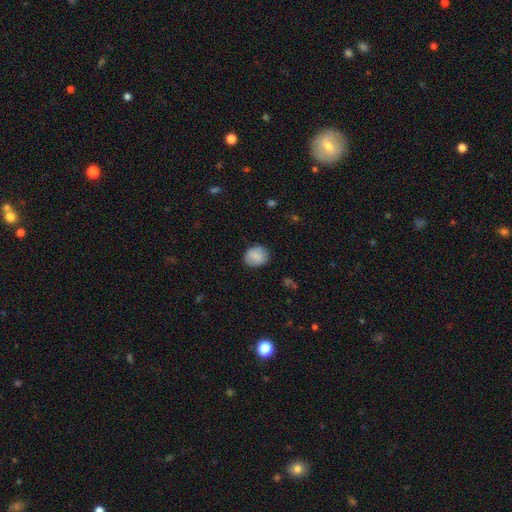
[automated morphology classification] A smooth galaxy with no disk features (81%) that is round (66%). Merging: none (84%).